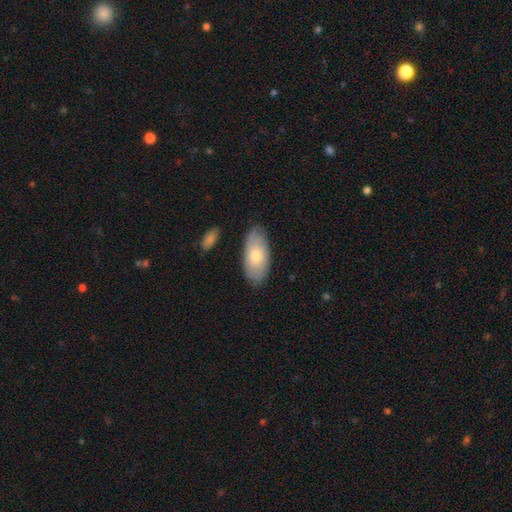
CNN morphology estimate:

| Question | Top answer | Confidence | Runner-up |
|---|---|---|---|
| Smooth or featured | smooth | 64% | featured or disk (30%) |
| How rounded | in between | 93% | cigar-shaped (4%) |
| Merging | none | 80% | minor disturbance (15%) |